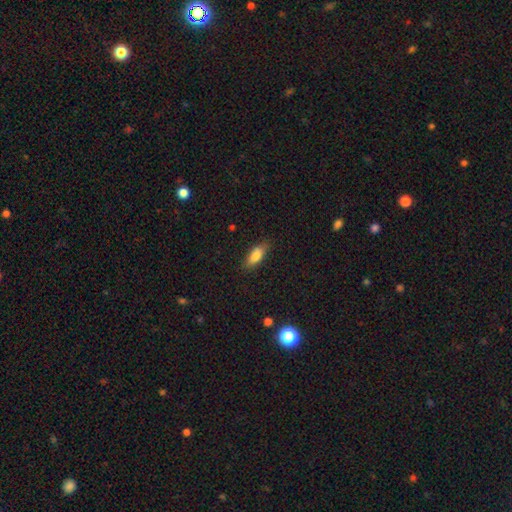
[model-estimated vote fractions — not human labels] The model was most divided on "how rounded": in between: 74%, cigar-shaped: 23%, round: 3%. More confident: merging — none (80%); smooth or featured — smooth (79%).